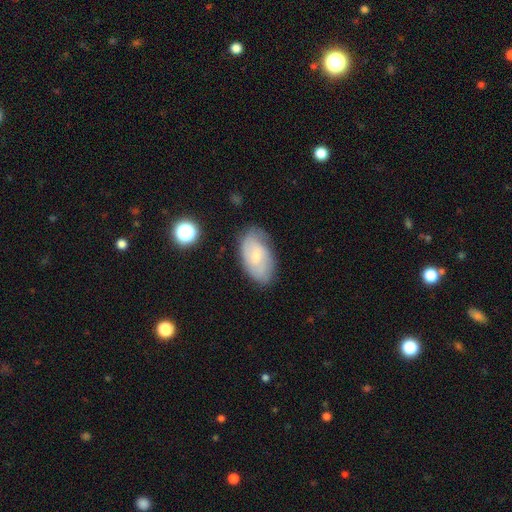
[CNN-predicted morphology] This is possibly a featured or disk galaxy (49%). Merging: likely none (71%).